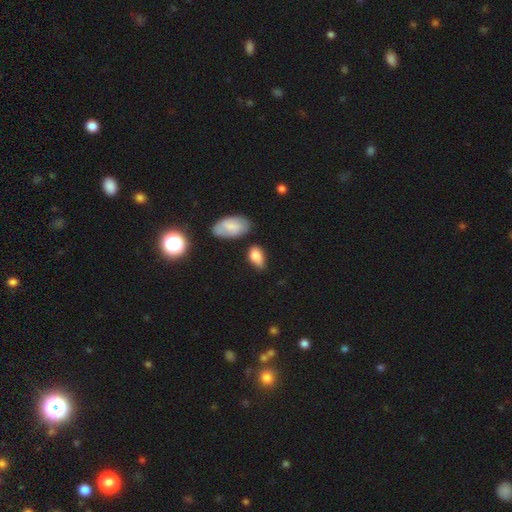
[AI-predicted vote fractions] Smooth or featured: smooth — 82% (featured or disk — 10%)
How rounded: in between — 91% (round — 6%)
Merging: none — 57% (minor disturbance — 28%)